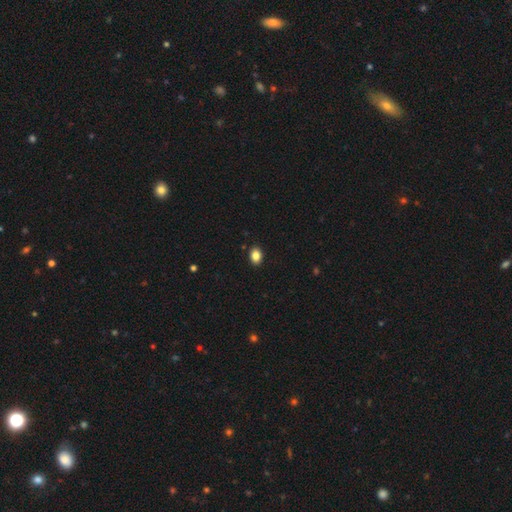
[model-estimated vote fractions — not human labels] A smooth galaxy with no disk features (86%) that is in between round and cigar-shaped (74%).

Vote fractions:
- Smooth or featured? smooth: 86% / star or artifact: 9% / featured or disk: 5%
- How rounded? in between: 74% / round: 25% / cigar-shaped: 1%
- Merging? none: 90% / minor disturbance: 7% / major disturbance: 2% / merger: 1%